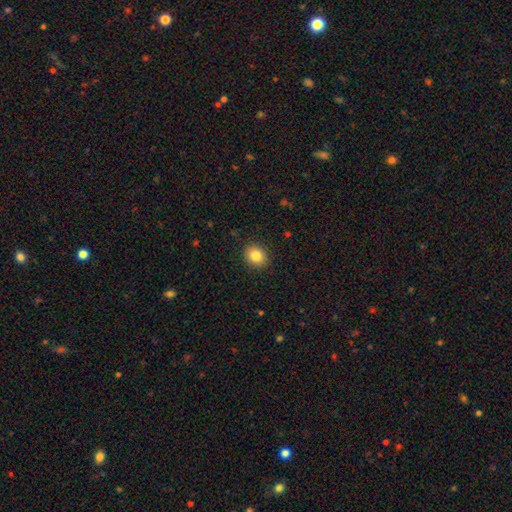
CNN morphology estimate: smooth 84%, star or artifact 10%, featured or disk 6%. Down the decision tree: how rounded — round (69%); merging — none (90%).